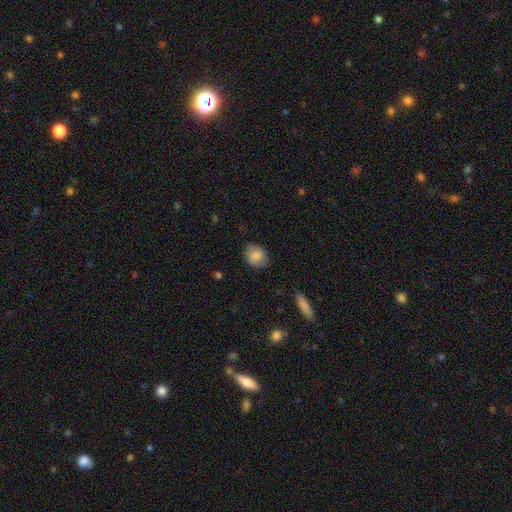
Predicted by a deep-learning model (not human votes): smooth_or_featured: smooth (p=0.84) [alt: featured or disk p=0.09]
how_rounded: round (p=0.50) [alt: in between p=0.48]
merging: none (p=0.78) [alt: minor disturbance p=0.16]